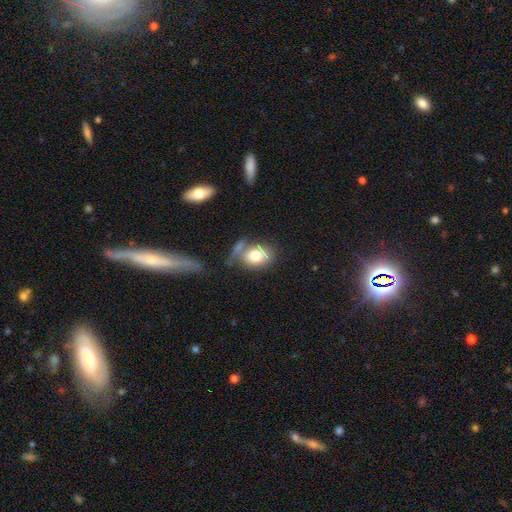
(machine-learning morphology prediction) A smooth galaxy with no disk features (74%) that is in between round and cigar-shaped (65%). Merging: none (46%).